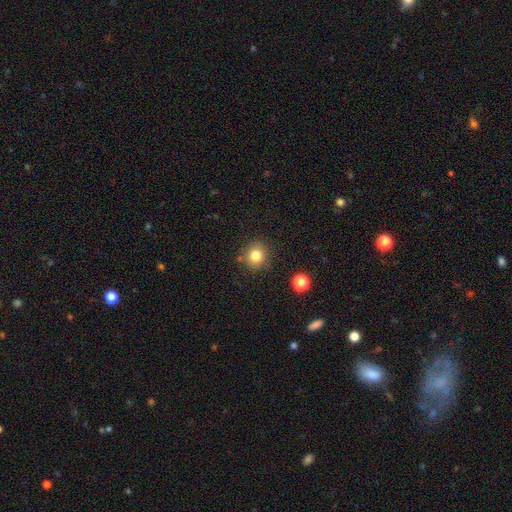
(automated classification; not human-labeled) A smooth galaxy with no disk features (81%) that is round (86%).

Vote fractions:
- Smooth or featured? smooth: 81% / star or artifact: 12% / featured or disk: 8%
- How rounded? round: 86% / in between: 13% / cigar-shaped: 1%
- Merging? none: 83% / minor disturbance: 10% / merger: 4% / major disturbance: 3%